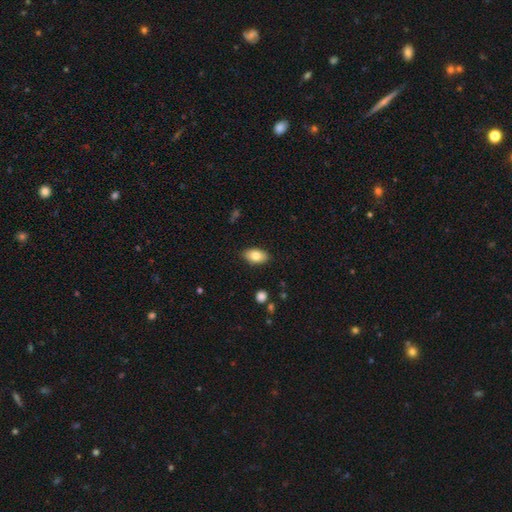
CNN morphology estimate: Q: Smooth or featured?
A: smooth (81%); runner-up: featured or disk (12%)
Q: How rounded?
A: in between (92%); runner-up: round (6%)
Q: Merging?
A: none (87%); runner-up: minor disturbance (10%)